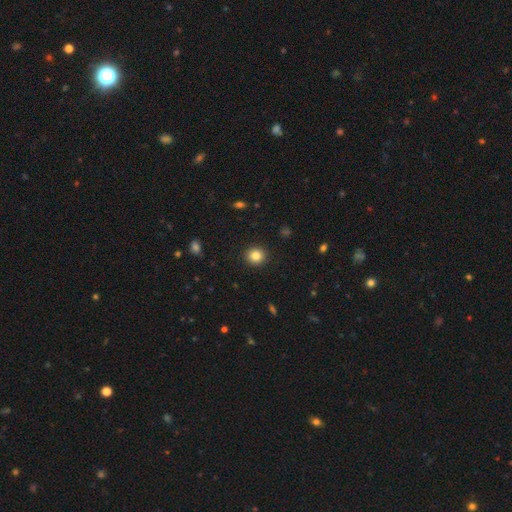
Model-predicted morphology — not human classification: This is clearly a smooth galaxy (84%). How rounded: clearly round (88%). Merging: clearly none (92%).